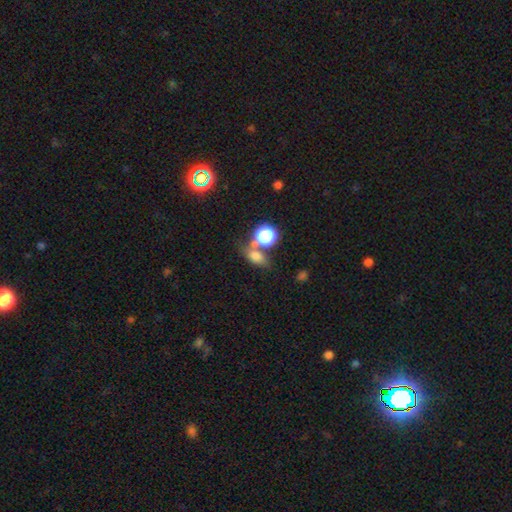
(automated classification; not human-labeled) Smooth or featured? smooth (69%)
How rounded? in between (65%)
Merging? none (52%)